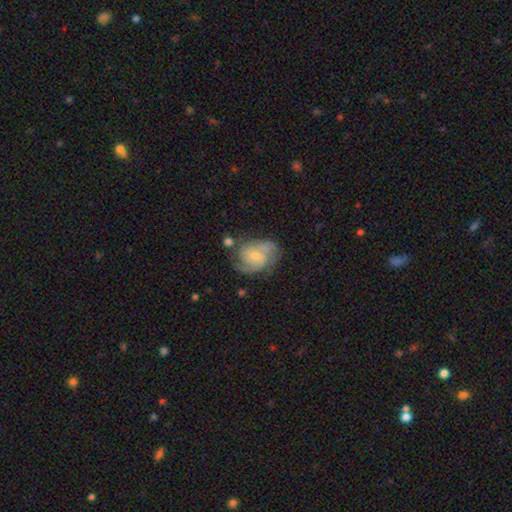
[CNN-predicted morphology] Smooth or featured? featured or disk (80%)
Edge-on disk? no (98%)
Bar? weak (49%)
Spiral arms? yes (95%)
Spiral winding? medium (47%)
Spiral arm count? 2 (52%)
Bulge size? small (61%)
Merging? none (62%)